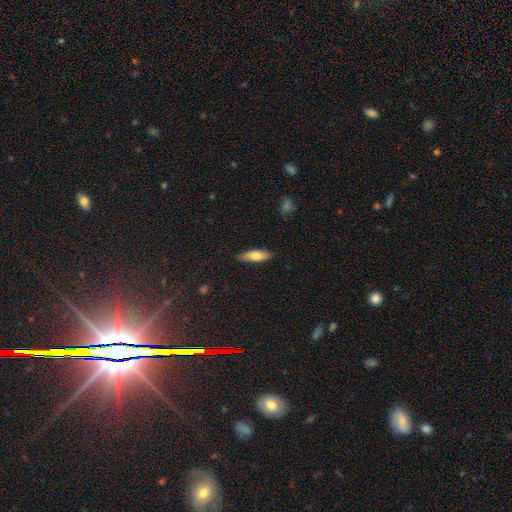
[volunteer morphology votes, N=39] smooth-or-featured: smooth: 69% | featured or disk: 31% | star or artifact: 0%
  how-rounded: cigar-shaped: 56% | in between: 44% | round: 0%
  merging: none: 87% | minor disturbance: 8% | major disturbance: 3% | merger: 3%